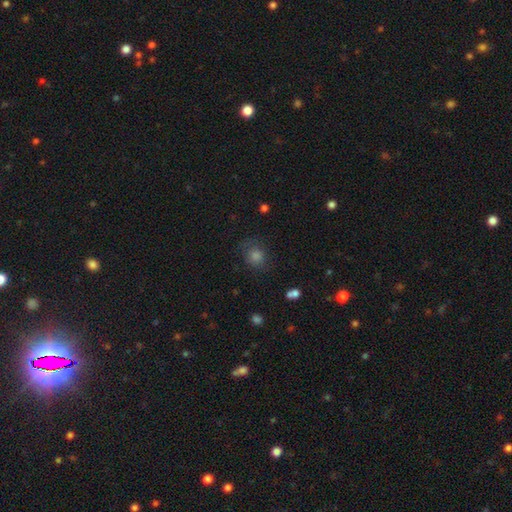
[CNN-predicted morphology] The model was most divided on "smooth or featured": smooth: 66%, star or artifact: 23%, featured or disk: 11%. More confident: how rounded — round (81%); merging — none (75%).